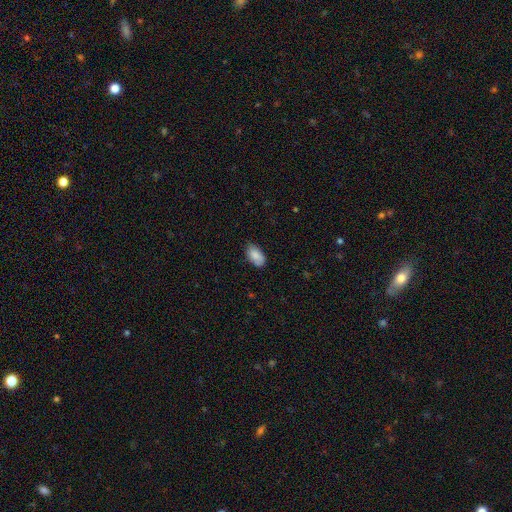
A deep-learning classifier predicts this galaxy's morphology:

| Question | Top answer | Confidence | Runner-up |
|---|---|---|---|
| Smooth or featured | smooth | 84% | featured or disk (9%) |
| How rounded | in between | 94% | round (4%) |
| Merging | none | 71% | minor disturbance (24%) |